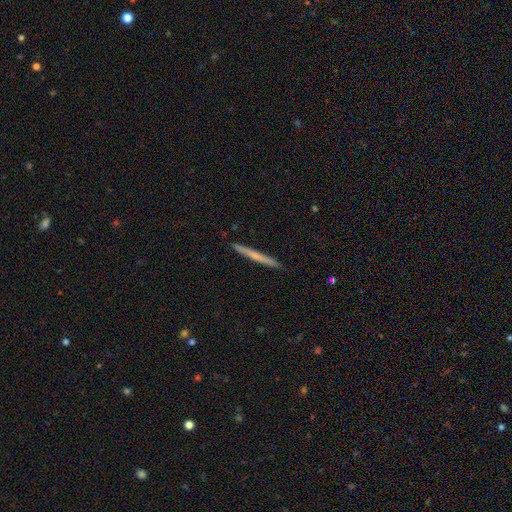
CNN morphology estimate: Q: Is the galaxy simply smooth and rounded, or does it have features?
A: smooth — 52%.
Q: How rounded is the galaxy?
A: cigar-shaped — 97%.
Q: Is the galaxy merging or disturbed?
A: none — 92%.